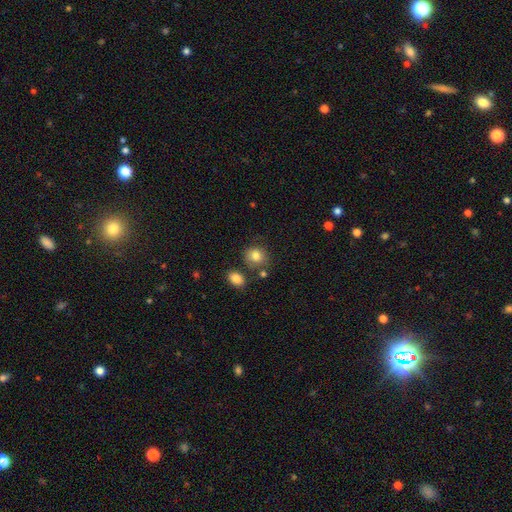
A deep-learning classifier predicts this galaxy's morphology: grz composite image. It shows a smooth galaxy with no disk features (83%) that is round (69%). Merging: none (70%).